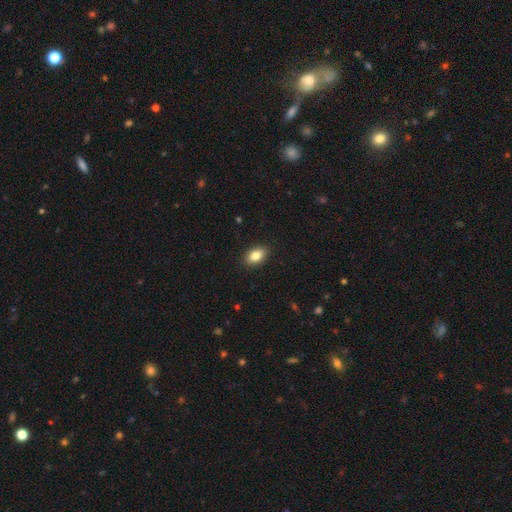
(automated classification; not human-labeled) Smooth or featured?
  - smooth: 84% *
  - featured or disk: 8%
  - star or artifact: 8%
How rounded?
  - in between: 89% *
  - round: 9%
  - cigar-shaped: 2%
Merging?
  - none: 90% *
  - minor disturbance: 8%
  - major disturbance: 2%
  - merger: 1%